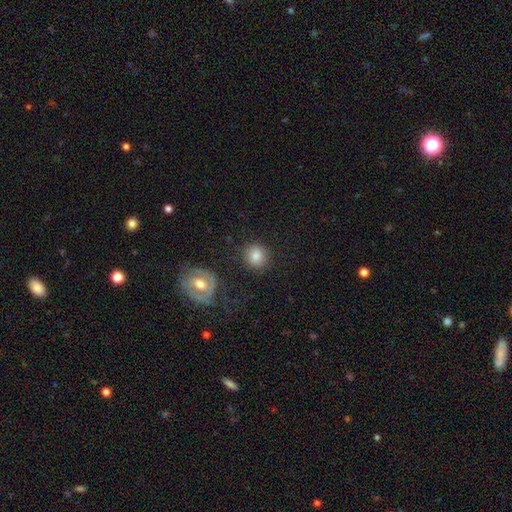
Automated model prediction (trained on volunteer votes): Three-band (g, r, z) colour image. It shows a smooth galaxy with no disk features (82%) that is round (82%). Merging: none (83%).